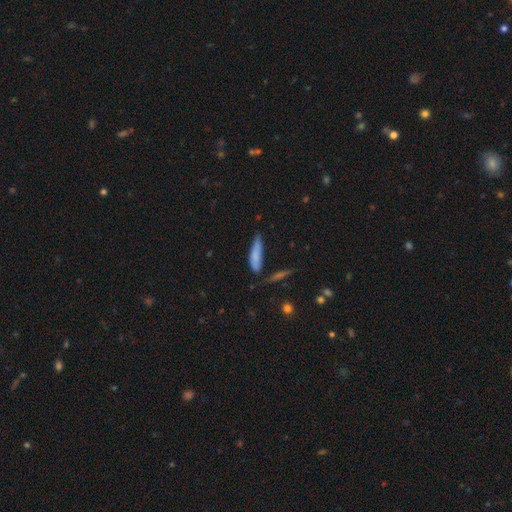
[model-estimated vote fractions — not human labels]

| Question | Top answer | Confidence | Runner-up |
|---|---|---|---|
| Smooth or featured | smooth | 77% | featured or disk (16%) |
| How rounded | cigar-shaped | 71% | in between (27%) |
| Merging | none | 51% | minor disturbance (33%) |